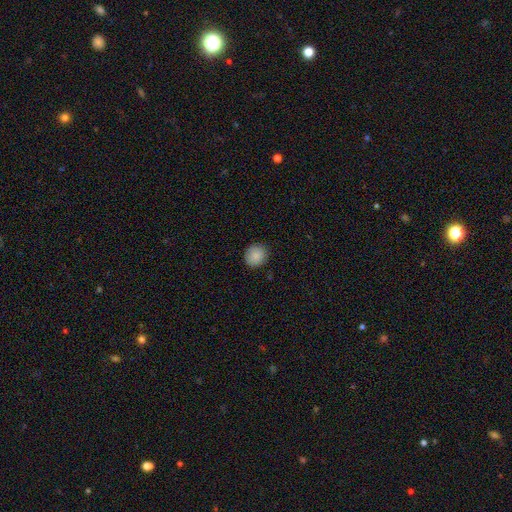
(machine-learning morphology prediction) A smooth galaxy with no disk features (87%) that is round (88%). Merging: none (87%).